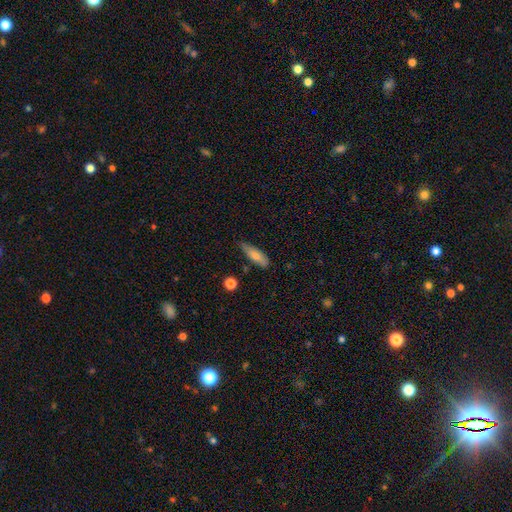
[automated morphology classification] Overall: smooth (74%). How rounded: in between (49%; cigar-shaped 48%). Merging: none (63%; minor disturbance 29%).